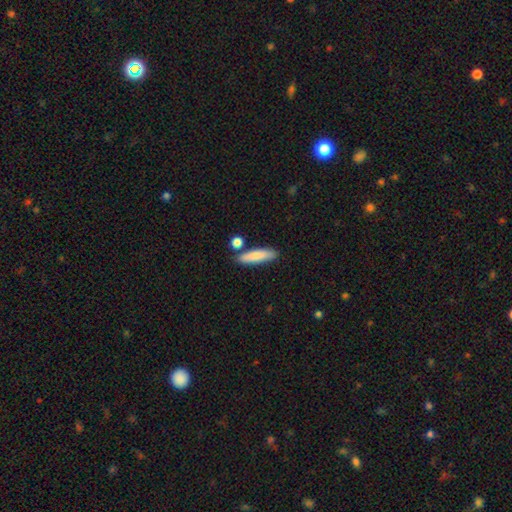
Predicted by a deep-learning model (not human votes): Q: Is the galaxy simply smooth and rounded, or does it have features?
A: smooth — 83%.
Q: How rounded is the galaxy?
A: cigar-shaped — 71%.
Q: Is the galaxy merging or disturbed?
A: none — 75%.